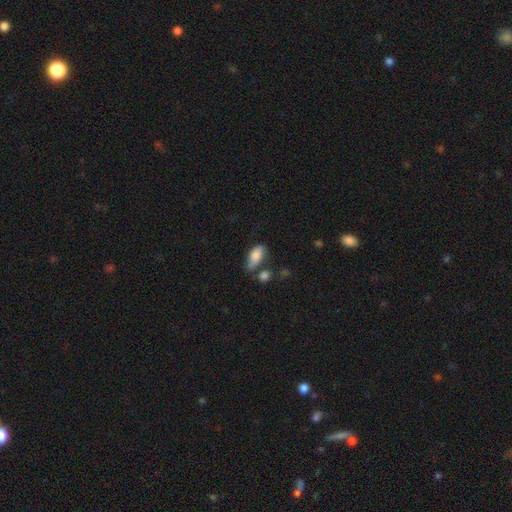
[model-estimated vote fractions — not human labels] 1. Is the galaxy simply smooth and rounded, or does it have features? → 81% smooth, 12% featured or disk, 7% star or artifact.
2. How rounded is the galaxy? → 90% in between, 6% cigar-shaped, 3% round.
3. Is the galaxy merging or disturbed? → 42% none, 31% minor disturbance, 15% merger, 12% major disturbance.